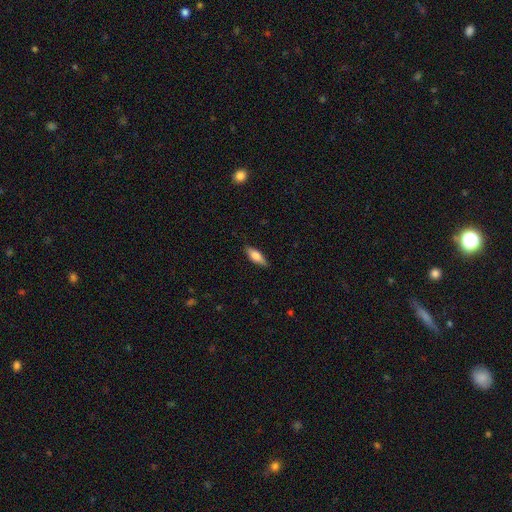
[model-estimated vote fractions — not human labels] Morphology: type=smooth (69%); roundness=in between (63%); merging=none (85%).